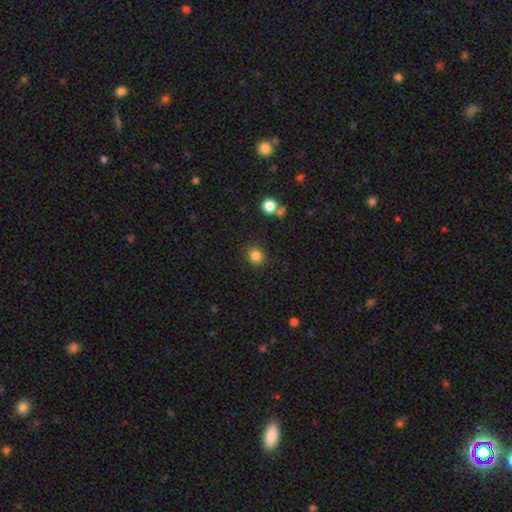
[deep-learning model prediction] This is clearly a smooth galaxy (84%). How rounded: likely round (77%). Merging: clearly none (87%).